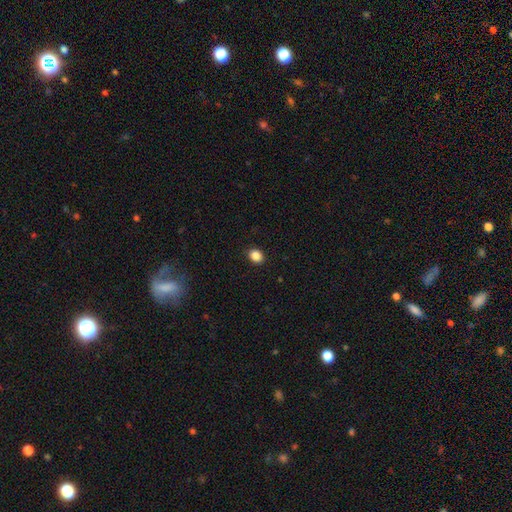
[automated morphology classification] Smooth or featured? Predicted: smooth (p=0.87). How rounded? Predicted: round (p=0.50). Merging? Predicted: none (p=0.91).